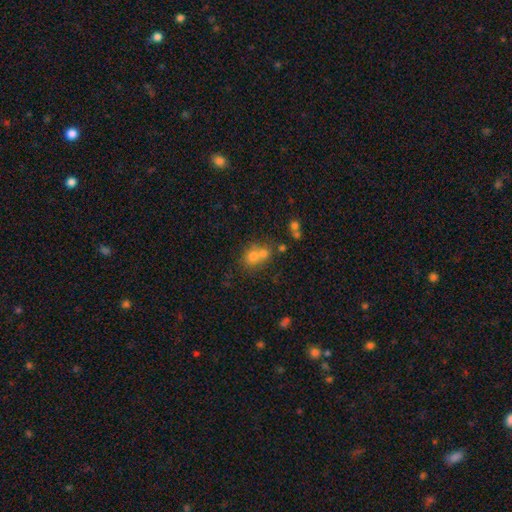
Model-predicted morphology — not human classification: This appears to be a smooth galaxy with no disk features (69%) that is round (65%). Merging: merger (53%).